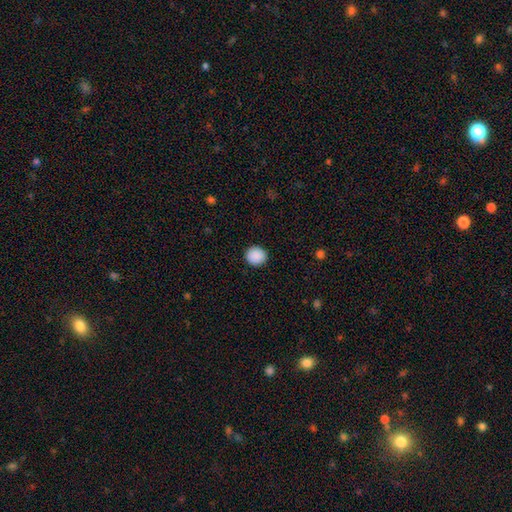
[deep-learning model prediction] smooth 90%, star or artifact 8%, featured or disk 2%. Down the decision tree: how rounded — round (92%); merging — none (93%).